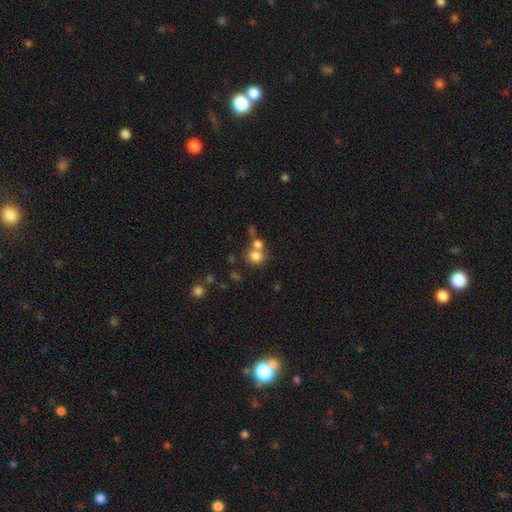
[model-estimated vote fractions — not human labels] Smooth or featured? Predicted: smooth (p=0.78). How rounded? Predicted: round (p=0.83). Merging? Predicted: none (p=0.52).